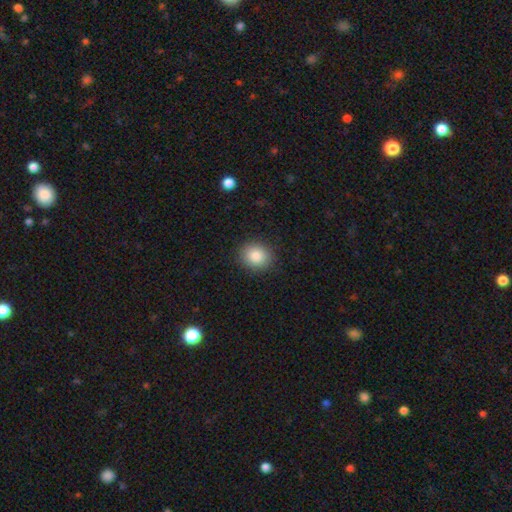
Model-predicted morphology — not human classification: Overall: smooth (87%). How rounded: round (76%). Merging: none (89%).